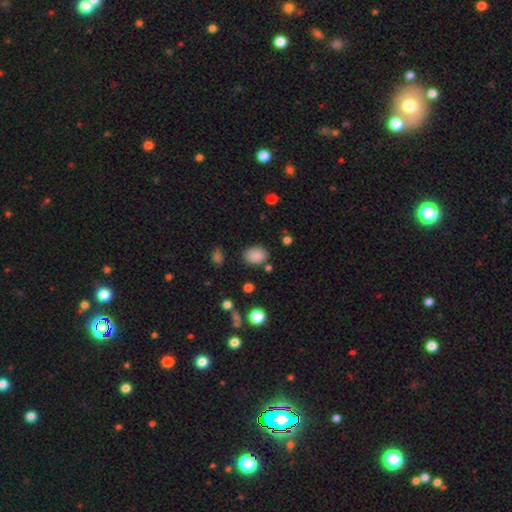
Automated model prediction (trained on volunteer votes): smooth 86%, star or artifact 10%, featured or disk 5%. Down the decision tree: how rounded — in between (61%); merging — none (81%).